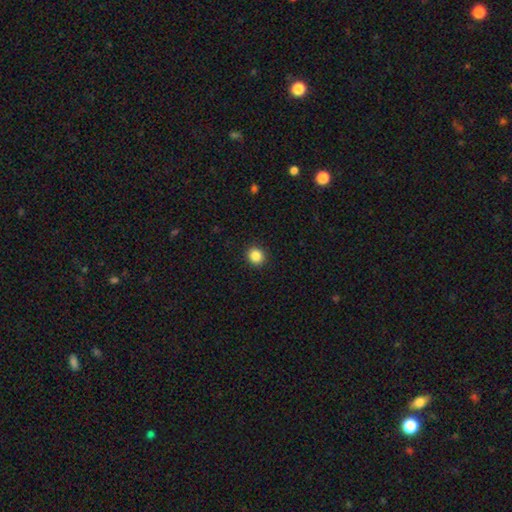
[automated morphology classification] Smooth or featured? smooth (86%)
How rounded? round (86%)
Merging? none (92%)